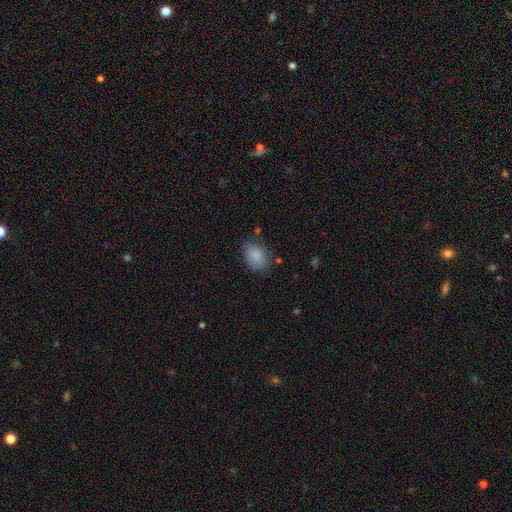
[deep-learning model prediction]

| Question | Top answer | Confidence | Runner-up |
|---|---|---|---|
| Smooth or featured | smooth | 86% | star or artifact (7%) |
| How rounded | in between | 77% | round (22%) |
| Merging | none | 74% | minor disturbance (18%) |